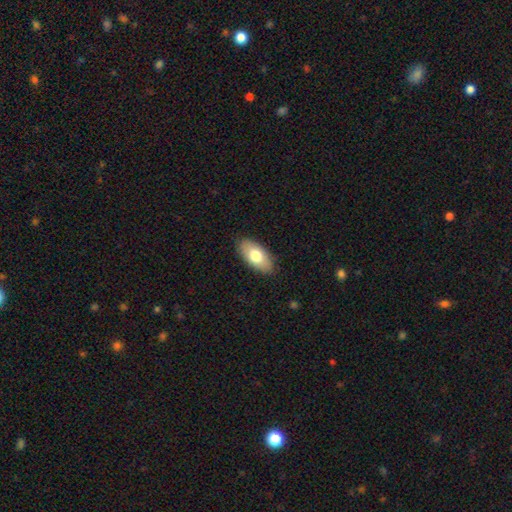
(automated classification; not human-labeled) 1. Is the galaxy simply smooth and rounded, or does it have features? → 74% smooth, 19% featured or disk, 6% star or artifact.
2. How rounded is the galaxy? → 93% in between, 4% cigar-shaped, 3% round.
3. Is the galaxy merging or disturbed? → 86% none, 11% minor disturbance, 2% major disturbance, 1% merger.